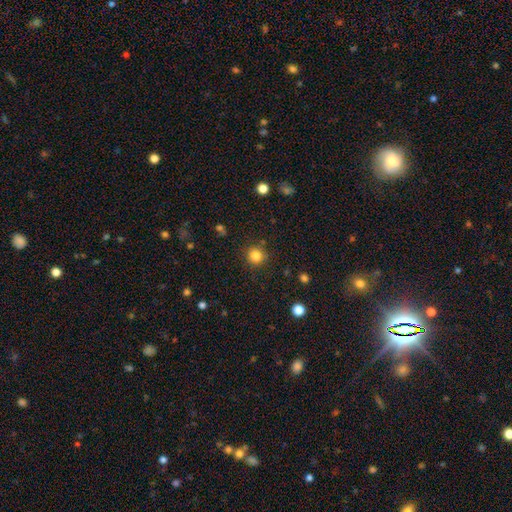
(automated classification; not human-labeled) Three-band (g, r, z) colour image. It shows a smooth galaxy with no disk features (83%) that is round (92%). Merging: none (87%).